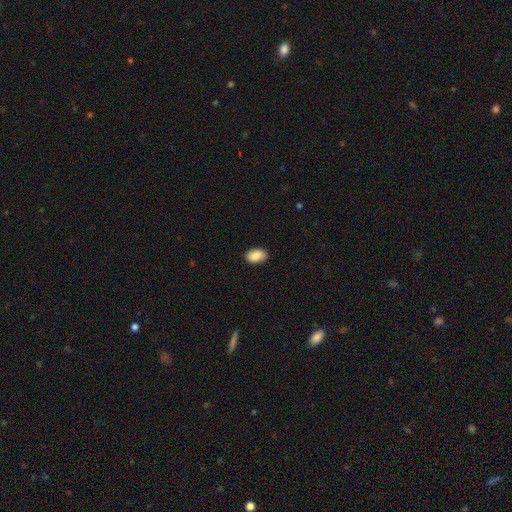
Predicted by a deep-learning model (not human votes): Overall: smooth (88%). How rounded: in between (89%). Merging: none (89%).